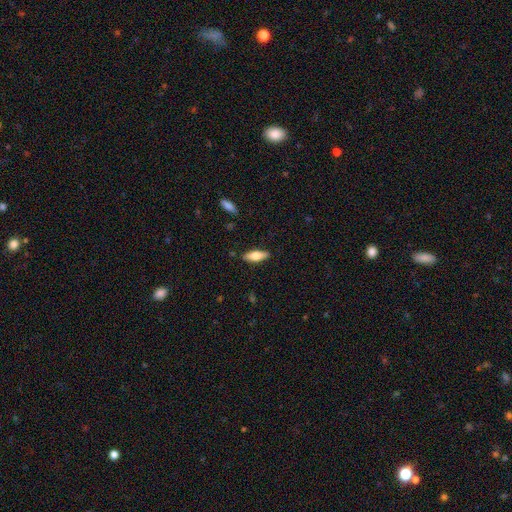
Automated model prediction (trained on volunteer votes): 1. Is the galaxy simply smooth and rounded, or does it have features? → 62% smooth, 32% featured or disk, 6% star or artifact.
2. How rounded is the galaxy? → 64% in between, 34% cigar-shaped, 2% round.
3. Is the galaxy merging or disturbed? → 87% none, 10% minor disturbance, 2% major disturbance, 1% merger.